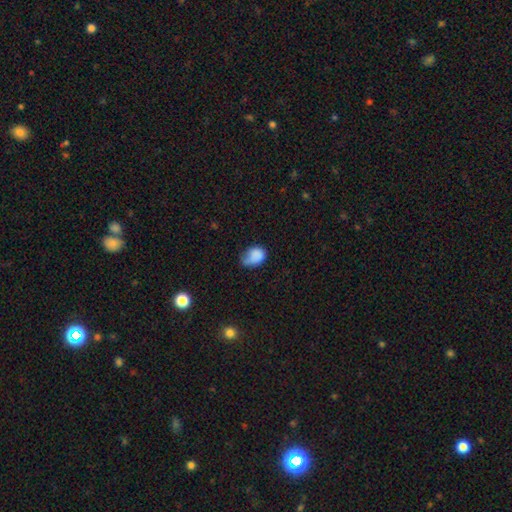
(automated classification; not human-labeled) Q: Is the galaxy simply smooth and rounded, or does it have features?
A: smooth — 81%.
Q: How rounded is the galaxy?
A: in between — 66%.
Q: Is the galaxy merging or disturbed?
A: minor disturbance — 43%.